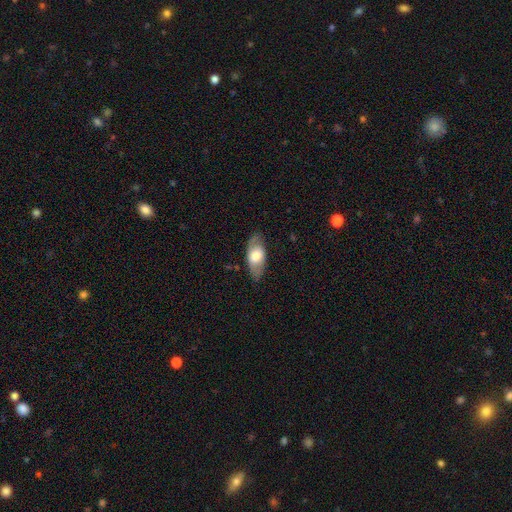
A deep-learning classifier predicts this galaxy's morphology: smooth_or_featured: smooth (p=0.55) [alt: featured or disk p=0.38]
how_rounded: in between (p=0.87) [alt: cigar-shaped p=0.08]
merging: none (p=0.78) [alt: minor disturbance p=0.16]